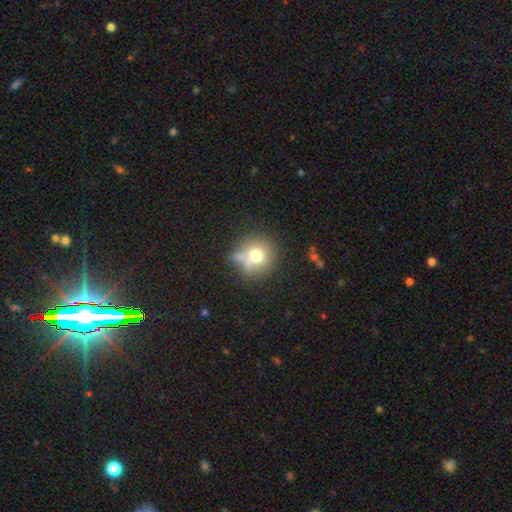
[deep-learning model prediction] Smooth or featured? Predicted: smooth (p=0.70). How rounded? Predicted: round (p=0.89). Merging? Predicted: none (p=0.60).